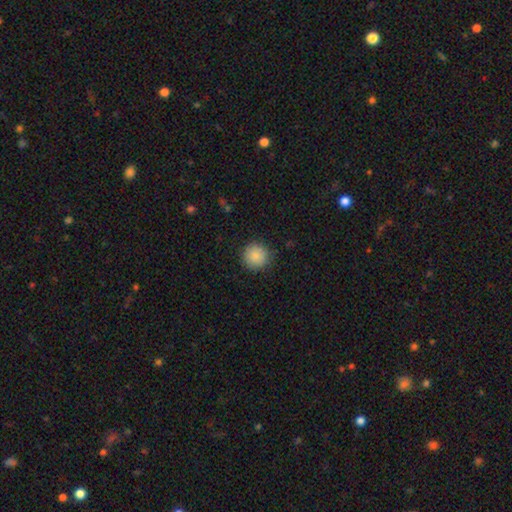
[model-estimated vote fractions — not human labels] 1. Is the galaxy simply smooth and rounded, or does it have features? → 87% smooth, 9% star or artifact, 4% featured or disk.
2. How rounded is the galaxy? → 94% round, 5% in between, 1% cigar-shaped.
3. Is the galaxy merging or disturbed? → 88% none, 8% minor disturbance, 2% major disturbance, 1% merger.